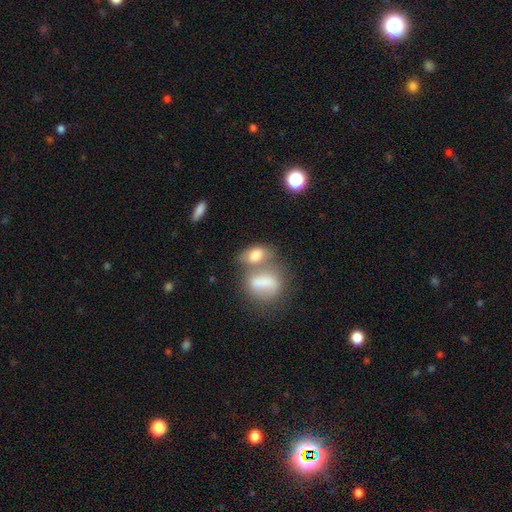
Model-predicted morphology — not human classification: The model was most divided on "merging": merger: 53%, none: 27%, minor disturbance: 12%, major disturbance: 9%. More confident: how rounded — in between (80%); smooth or featured — smooth (75%).